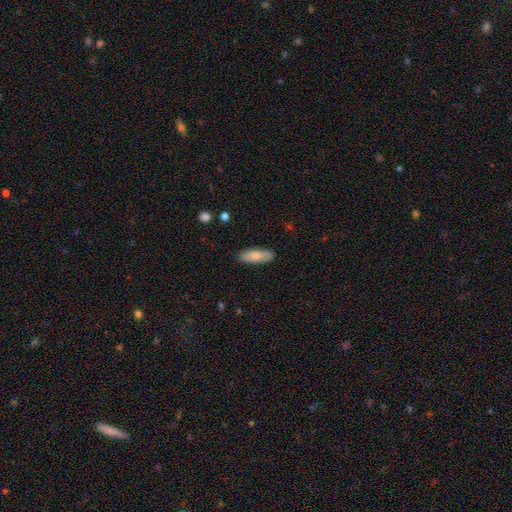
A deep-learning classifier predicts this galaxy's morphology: This appears to be a smooth galaxy with no disk features (80%) that is in between round and cigar-shaped (61%). Merging: none (86%).